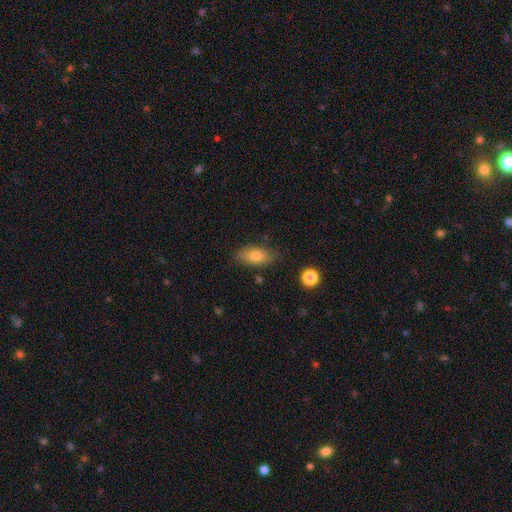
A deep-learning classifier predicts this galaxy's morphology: smooth_or_featured: smooth (p=0.77) [alt: featured or disk p=0.15]
how_rounded: in between (p=0.87) [alt: cigar-shaped p=0.07]
merging: none (p=0.80) [alt: minor disturbance p=0.14]